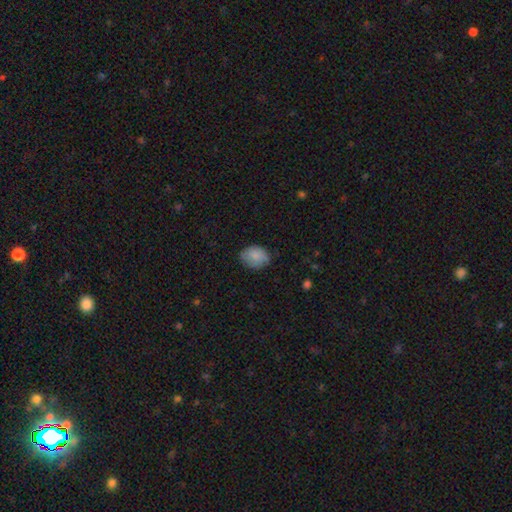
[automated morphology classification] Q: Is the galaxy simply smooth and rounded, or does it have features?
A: smooth — 82%.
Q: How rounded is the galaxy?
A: in between — 59%.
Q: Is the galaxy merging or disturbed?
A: none — 72%.